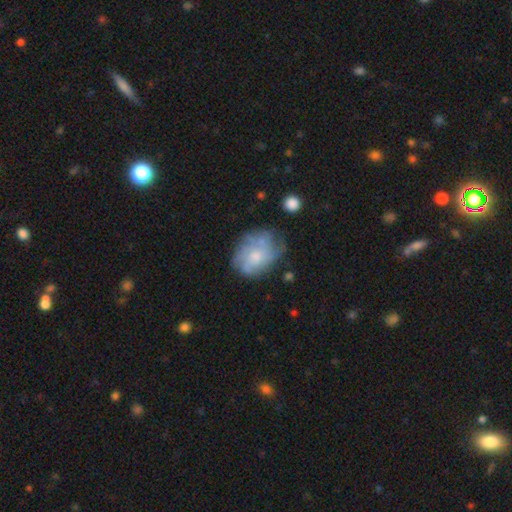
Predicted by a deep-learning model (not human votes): This is possibly a featured or disk galaxy (48%). Merging: possibly none (53%).